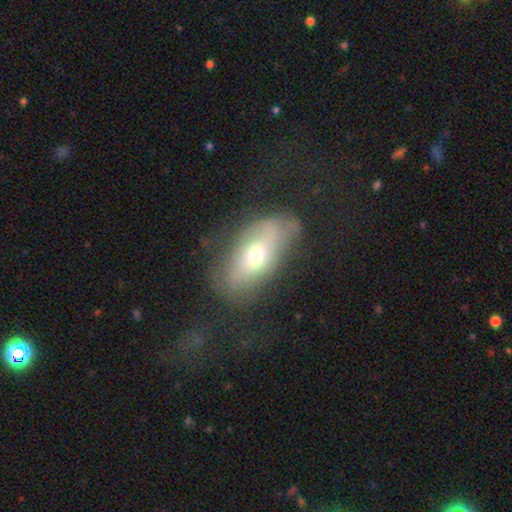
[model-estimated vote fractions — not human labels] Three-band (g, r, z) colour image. It shows a smooth galaxy with no disk features (48%). Merging: none (53%).